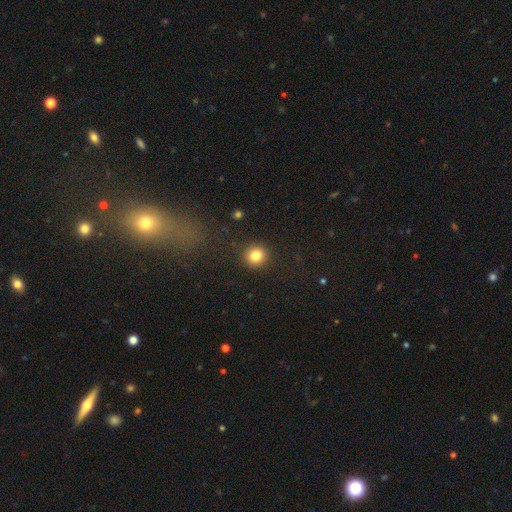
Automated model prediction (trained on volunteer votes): Smooth or featured? smooth (83%)
How rounded? round (91%)
Merging? none (90%)